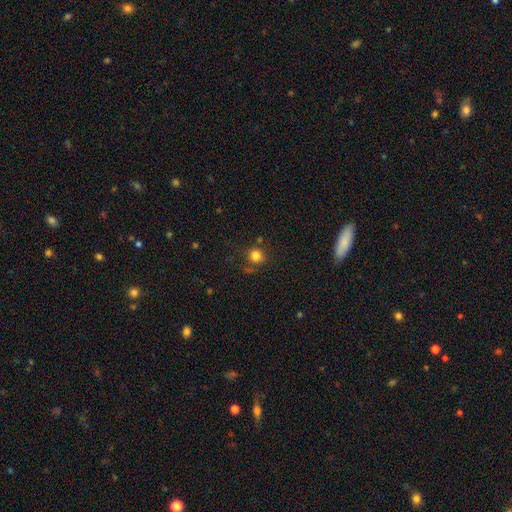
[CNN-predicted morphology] This is clearly a smooth galaxy (81%). How rounded: clearly round (89%). Merging: likely none (79%).